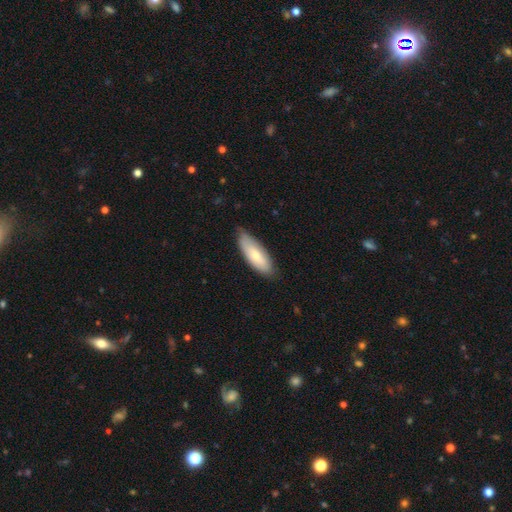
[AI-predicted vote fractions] Overall: smooth (72%). How rounded: in between (71%). Merging: none (74%).